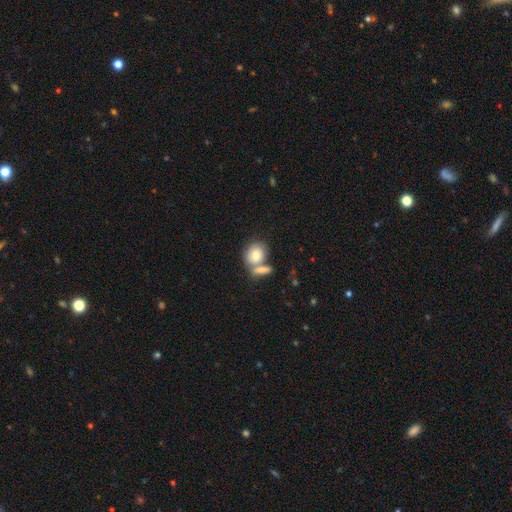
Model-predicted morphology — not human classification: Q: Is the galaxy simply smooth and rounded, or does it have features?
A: smooth — 76%.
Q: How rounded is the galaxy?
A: round — 50%.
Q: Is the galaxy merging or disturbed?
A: merger — 47%.